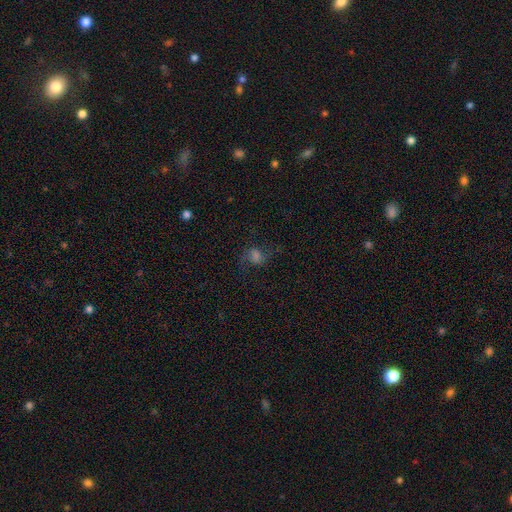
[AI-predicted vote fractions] A featured or disk galaxy (42%).

Vote fractions:
- Smooth or featured? featured or disk: 42% / smooth: 38% / star or artifact: 20%
- Merging? none: 64% / minor disturbance: 17% / major disturbance: 17% / merger: 2%